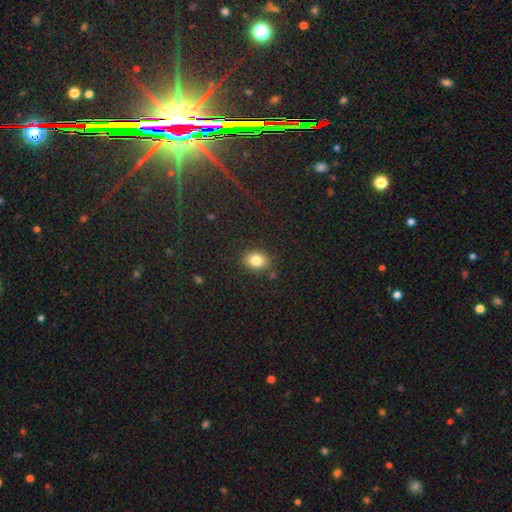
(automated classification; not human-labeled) This appears to be a smooth galaxy with no disk features (81%) that is in between round and cigar-shaped (67%). Merging: none (85%).